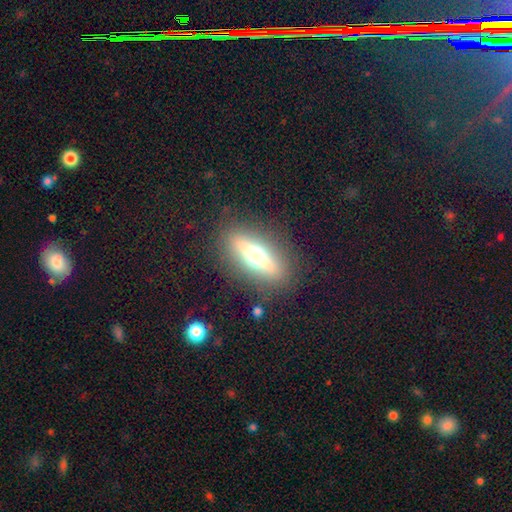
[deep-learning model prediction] smooth_or_featured: featured or disk (p=0.54) [alt: smooth p=0.35]
disk_edge_on: yes (p=0.81) [alt: no p=0.19]
merging: none (p=0.86) [alt: minor disturbance p=0.08]